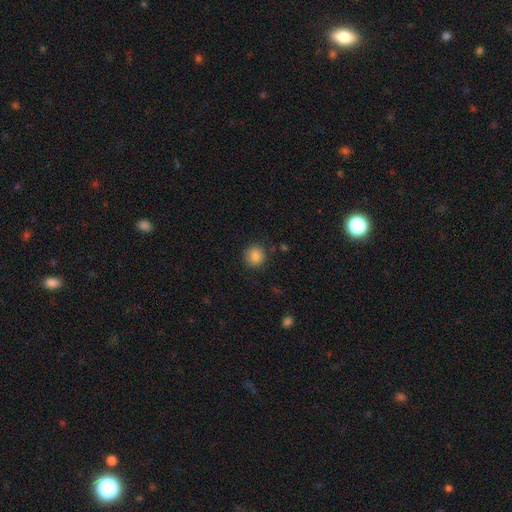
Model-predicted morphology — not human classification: A smooth galaxy with no disk features (87%) that is round (90%).

Vote fractions:
- Smooth or featured? smooth: 87% / star or artifact: 10% / featured or disk: 4%
- How rounded? round: 90% / in between: 9% / cigar-shaped: 1%
- Merging? none: 87% / minor disturbance: 9% / major disturbance: 3% / merger: 2%